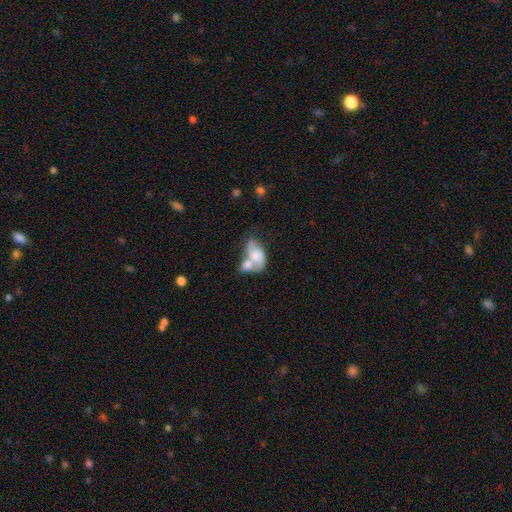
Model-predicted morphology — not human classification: A featured or disk galaxy (46%, tied with smooth).

Vote fractions:
- Smooth or featured? featured or disk: 46% (tied) / smooth: 46% (tied) / star or artifact: 7%
- Merging? merger: 65% / none: 16% / minor disturbance: 10% / major disturbance: 9%